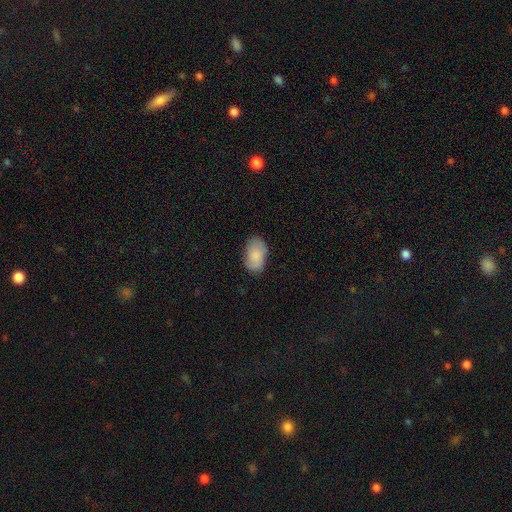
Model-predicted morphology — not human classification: Q: Smooth or featured?
A: smooth (78%); runner-up: featured or disk (16%)
Q: How rounded?
A: in between (91%); runner-up: round (8%)
Q: Merging?
A: none (75%); runner-up: minor disturbance (19%)